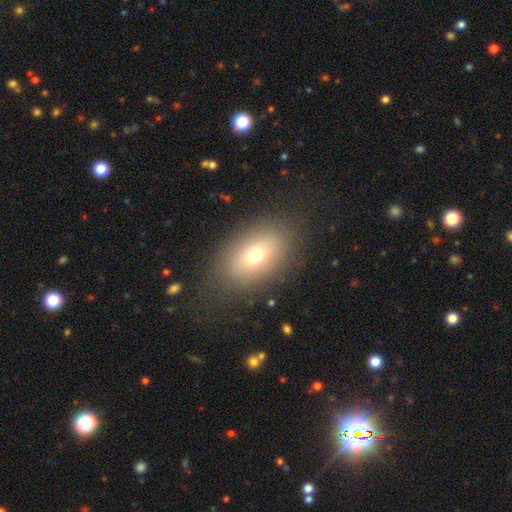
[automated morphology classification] Q: Smooth or featured?
A: smooth (69%); runner-up: featured or disk (19%)
Q: How rounded?
A: in between (84%); runner-up: round (13%)
Q: Merging?
A: none (80%); runner-up: minor disturbance (12%)